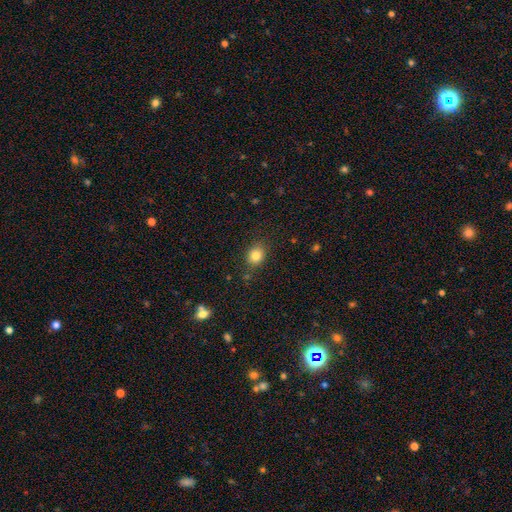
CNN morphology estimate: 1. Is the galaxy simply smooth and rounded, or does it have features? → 82% smooth, 11% star or artifact, 7% featured or disk.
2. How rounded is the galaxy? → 59% round, 40% in between, 1% cigar-shaped.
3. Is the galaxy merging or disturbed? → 83% none, 12% minor disturbance, 3% major disturbance, 2% merger.